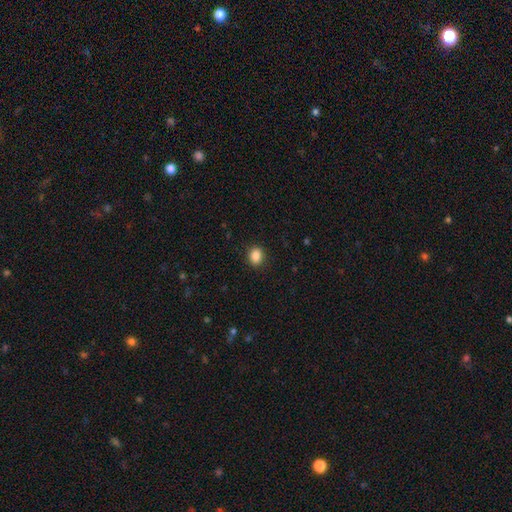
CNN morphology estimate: smooth_or_featured: smooth (p=0.88) [alt: star or artifact p=0.09]
how_rounded: in between (p=0.52) [alt: round p=0.47]
merging: none (p=0.88) [alt: minor disturbance p=0.08]